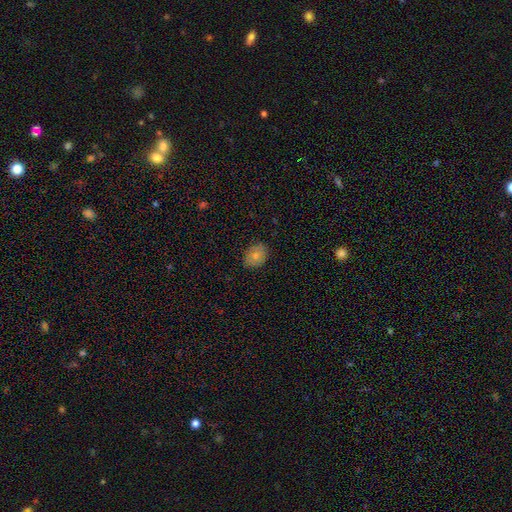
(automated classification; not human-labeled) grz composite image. It shows a smooth galaxy with no disk features (78%) that is in between round and cigar-shaped (57%). Merging: none (85%).